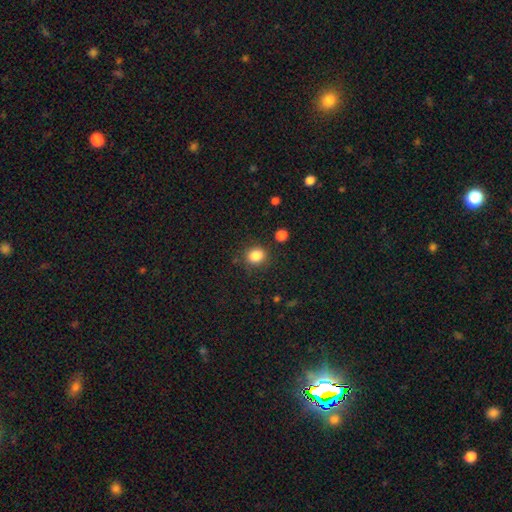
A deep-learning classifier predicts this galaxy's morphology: smooth-or-featured: smooth: 85% | star or artifact: 11% | featured or disk: 4%
  how-rounded: round: 63% | in between: 36% | cigar-shaped: 1%
  merging: none: 82% | minor disturbance: 11% | major disturbance: 4% | merger: 3%